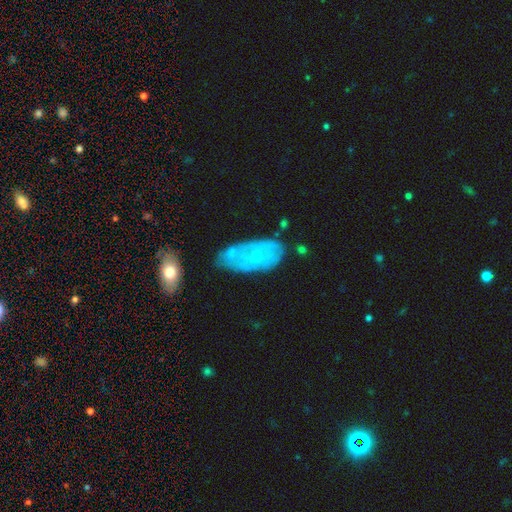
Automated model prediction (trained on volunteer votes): smooth_or_featured: featured or disk (p=0.57) [alt: smooth p=0.34]
disk_edge_on: no (p=0.92) [alt: yes p=0.08]
bar: no (p=0.86) [alt: weak p=0.12]
has_spiral_arms: no (p=0.58) [alt: yes p=0.42]
bulge_size: small (p=0.77) [alt: moderate p=0.14]
merging: none (p=0.51) [alt: minor disturbance p=0.26]